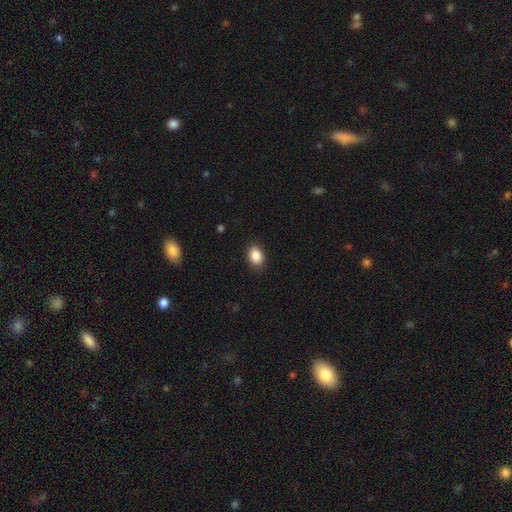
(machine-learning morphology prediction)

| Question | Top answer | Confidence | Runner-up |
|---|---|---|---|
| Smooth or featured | smooth | 88% | star or artifact (8%) |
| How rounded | in between | 72% | round (26%) |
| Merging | none | 88% | minor disturbance (9%) |